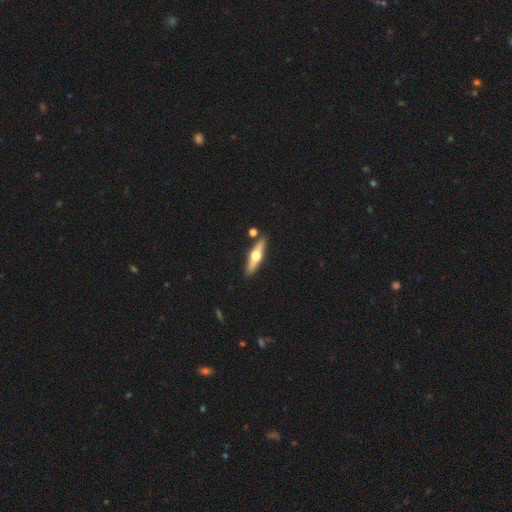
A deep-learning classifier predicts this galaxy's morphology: Smooth or featured?
  - featured or disk: 60% *
  - smooth: 35%
  - star or artifact: 5%
Edge-on disk?
  - yes: 93% *
  - no: 7%
Edge-on bulge?
  - rounded: 95% *
  - boxy: 2%
  - none: 2%
Merging?
  - none: 85% *
  - minor disturbance: 8%
  - merger: 5%
  - major disturbance: 2%